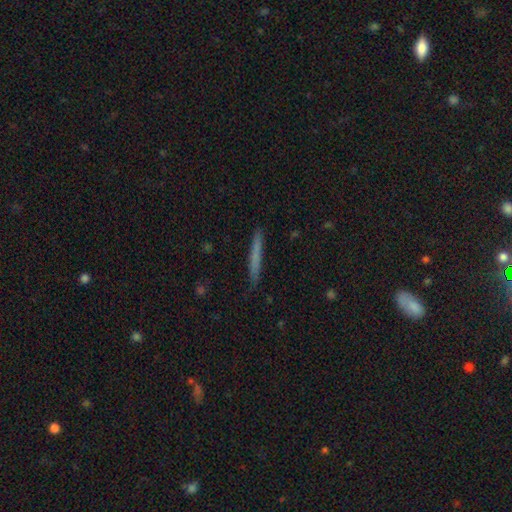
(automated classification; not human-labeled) Smooth or featured: smooth — 67% (featured or disk — 27%)
How rounded: cigar-shaped — 96% (in between — 2%)
Merging: none — 88% (minor disturbance — 9%)